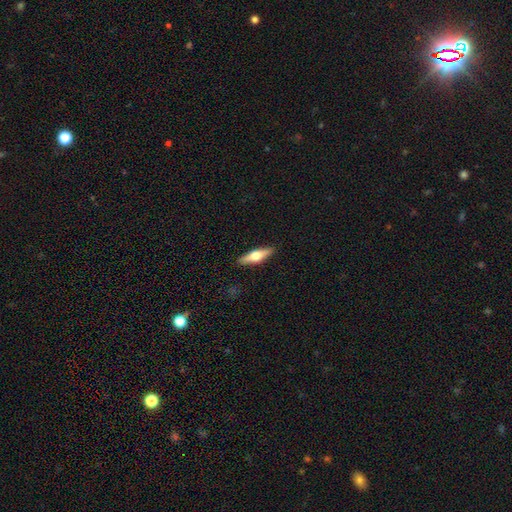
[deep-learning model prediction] smooth_or_featured: featured or disk (p=0.49) [alt: smooth p=0.45]
merging: none (p=0.90) [alt: minor disturbance p=0.07]